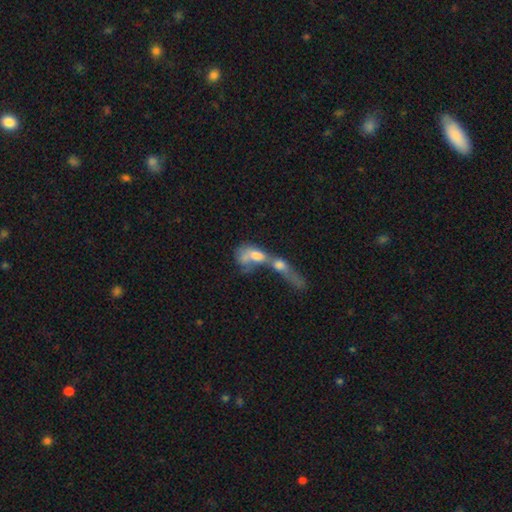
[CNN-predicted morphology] smooth-or-featured: smooth: 55% | featured or disk: 35% | star or artifact: 10%
  how-rounded: in between: 67% | cigar-shaped: 16% | round: 16%
  merging: merger: 77% | major disturbance: 11% | none: 8% | minor disturbance: 5%